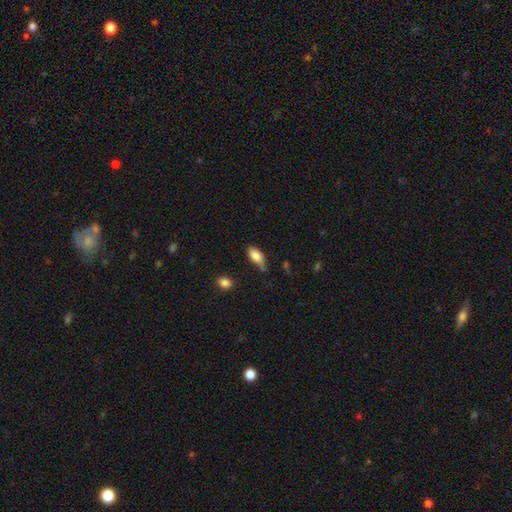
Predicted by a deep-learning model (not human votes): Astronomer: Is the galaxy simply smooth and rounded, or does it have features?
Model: smooth — 82%.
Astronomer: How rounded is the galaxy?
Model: in between — 87%.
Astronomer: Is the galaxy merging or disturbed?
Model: none — 51% (runner-up: minor disturbance, 35%).